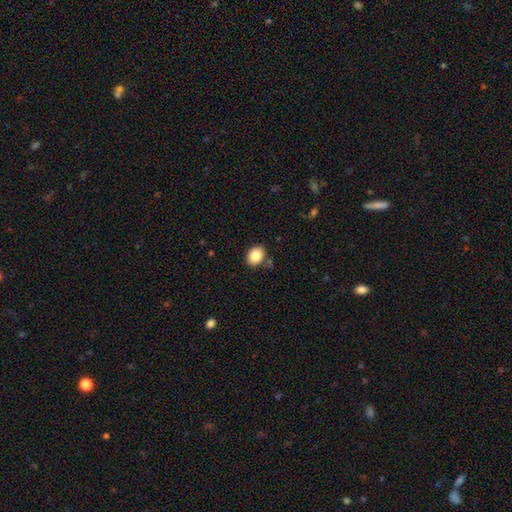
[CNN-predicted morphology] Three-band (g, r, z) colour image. It shows a smooth galaxy with no disk features (85%) that is in between round and cigar-shaped (51%). Merging: none (81%).